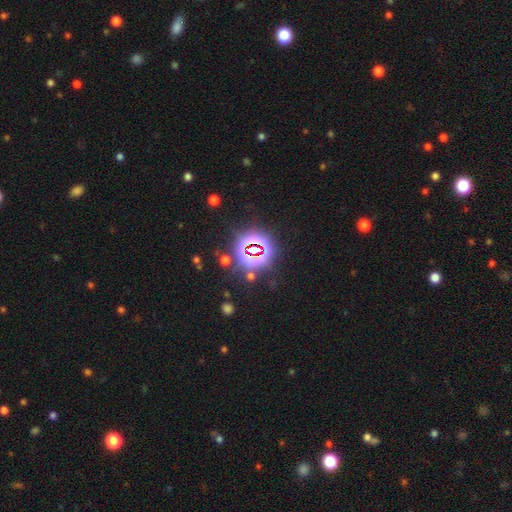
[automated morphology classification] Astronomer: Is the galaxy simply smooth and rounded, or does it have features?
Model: star or artifact — 82%.